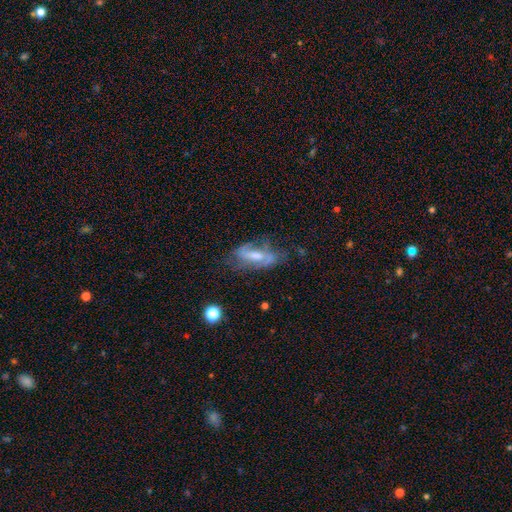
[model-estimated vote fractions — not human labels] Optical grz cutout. It shows a featured or disk galaxy (66%) with a weak bar (44%), spiral arms (80%) and a moderate central bulge (45%). Merging: none (49%).